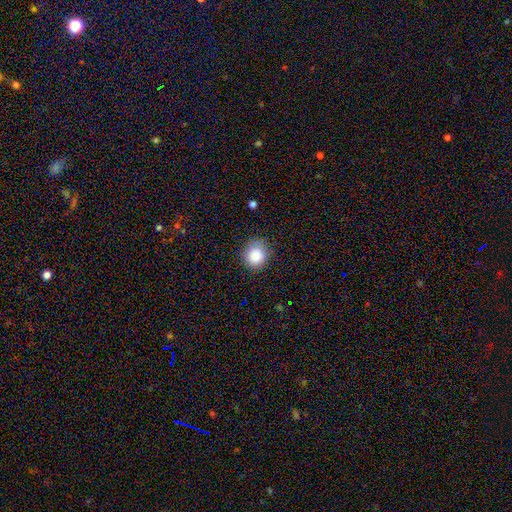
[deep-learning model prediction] Smooth or featured? Predicted: smooth (p=0.86). How rounded? Predicted: round (p=0.81). Merging? Predicted: none (p=0.79).